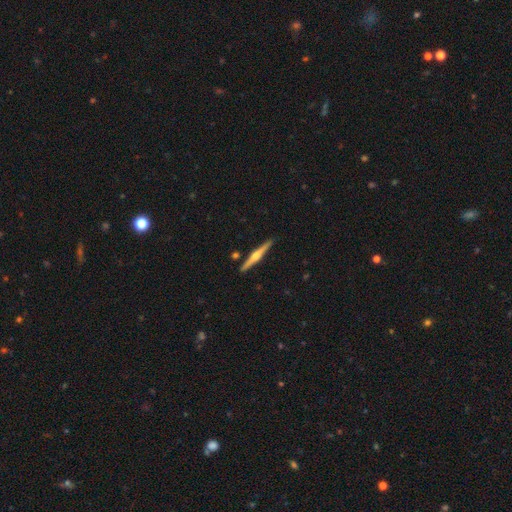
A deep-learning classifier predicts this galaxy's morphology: Q: Smooth or featured?
A: featured or disk (73%); runner-up: smooth (22%)
Q: Edge-on disk?
A: yes (98%); runner-up: no (2%)
Q: Edge-on bulge?
A: rounded (91%); runner-up: boxy (5%)
Q: Merging?
A: none (90%); runner-up: minor disturbance (7%)